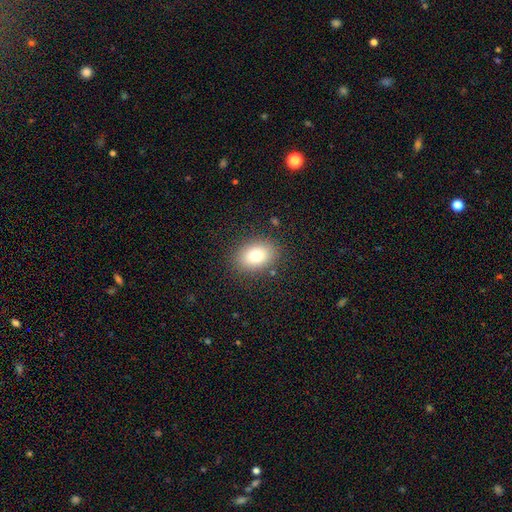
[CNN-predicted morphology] This is likely a smooth galaxy (79%). How rounded: likely in between (73%). Merging: clearly none (86%).